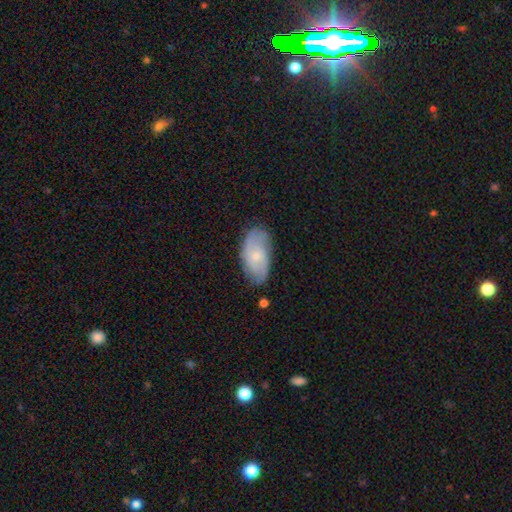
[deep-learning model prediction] featured or disk 57%, smooth 36%, star or artifact 7%. Down the decision tree: edge-on disk — no (95%); bar — no (70%); spiral arms — yes (85%); bulge size — small (72%); merging — none (71%).